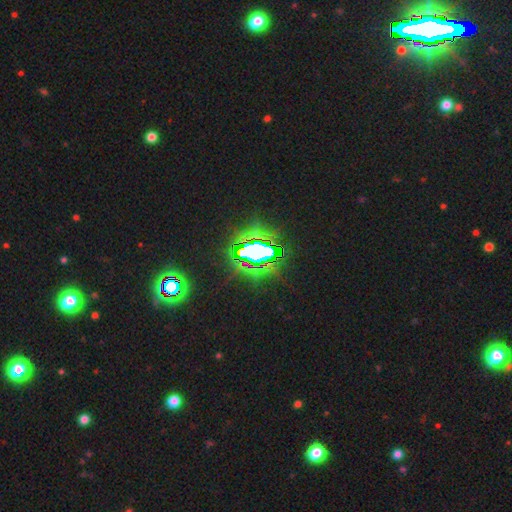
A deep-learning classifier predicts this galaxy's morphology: Smooth or featured?
  - star or artifact: 74% *
  - smooth: 14%
  - featured or disk: 12%